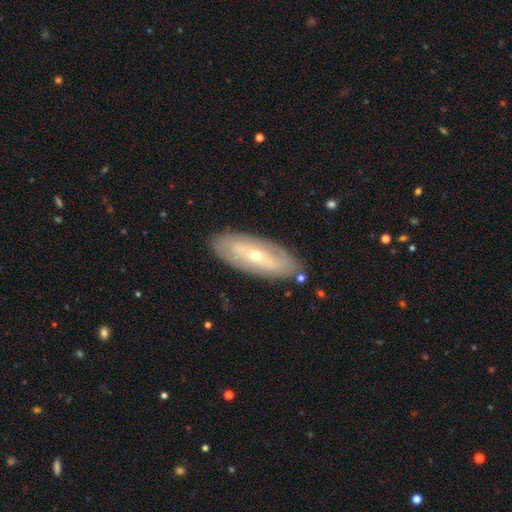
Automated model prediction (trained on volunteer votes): Smooth or featured? Predicted: featured or disk (p=0.66). Edge-on disk? Predicted: no (p=0.82). Bar? Predicted: no (p=0.57). Spiral arms? Predicted: yes (p=0.55). Bulge size? Predicted: small (p=0.58). Merging? Predicted: none (p=0.84).